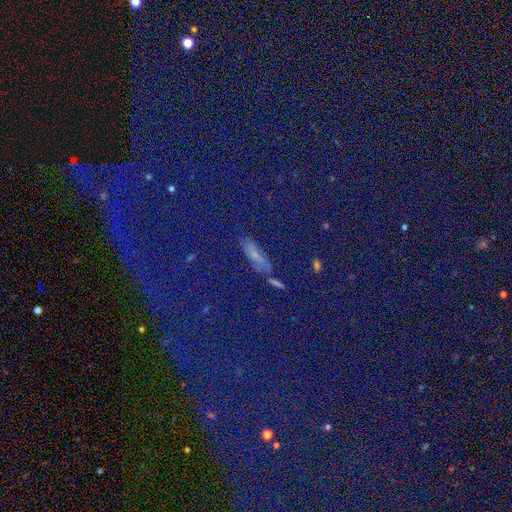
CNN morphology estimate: A star or artifact, not a galaxy (49%).

Vote fractions:
- Smooth or featured? star or artifact: 49% / smooth: 35% / featured or disk: 15%